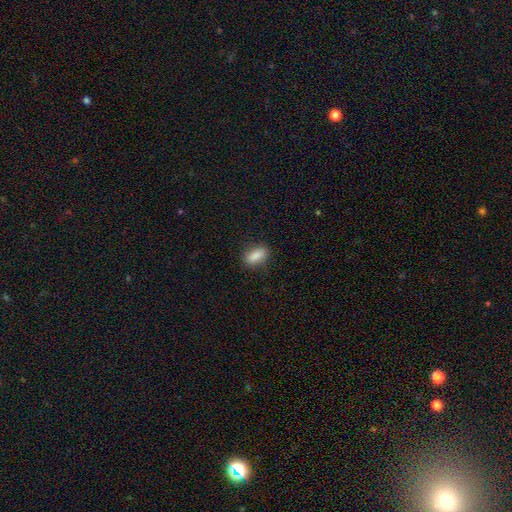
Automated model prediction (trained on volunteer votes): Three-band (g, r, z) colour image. It shows a smooth galaxy with no disk features (87%) that is in between round and cigar-shaped (86%). Merging: none (86%).